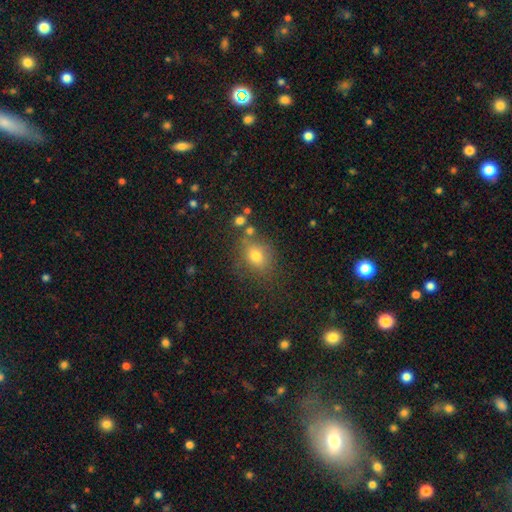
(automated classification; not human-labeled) smooth 75%, star or artifact 15%, featured or disk 11%. Down the decision tree: how rounded — round (51%); merging — none (71%).